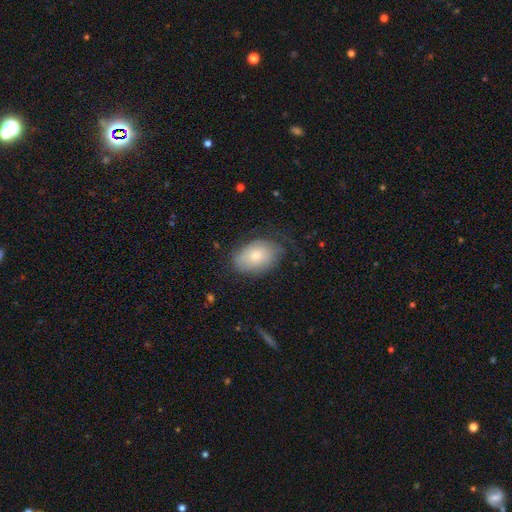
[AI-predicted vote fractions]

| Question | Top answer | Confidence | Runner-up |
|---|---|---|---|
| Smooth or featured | smooth | 56% | featured or disk (37%) |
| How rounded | in between | 84% | round (15%) |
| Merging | none | 60% | minor disturbance (27%) |